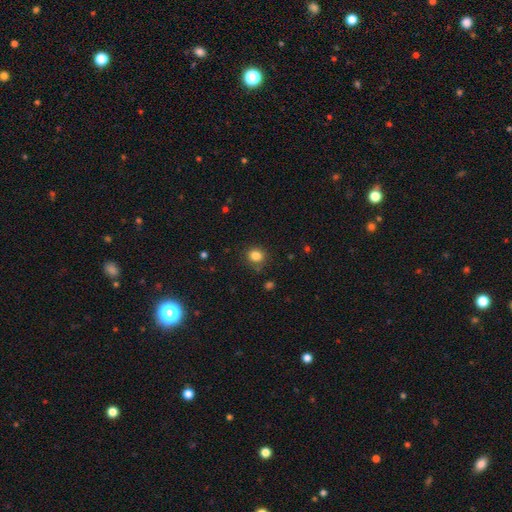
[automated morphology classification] smooth_or_featured: smooth (p=0.83) [alt: star or artifact p=0.12]
how_rounded: round (p=0.76) [alt: in between p=0.23]
merging: none (p=0.83) [alt: minor disturbance p=0.12]